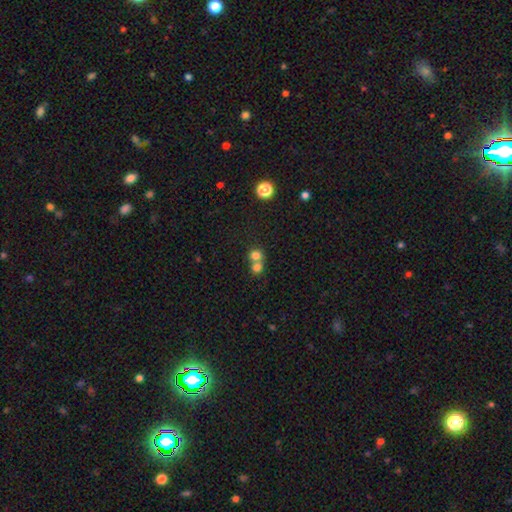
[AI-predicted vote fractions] smooth 76%, star or artifact 14%, featured or disk 10%. Down the decision tree: how rounded — round (79%); merging — merger (58%).